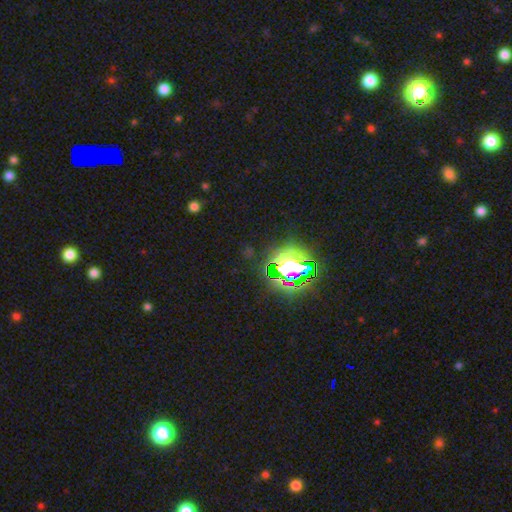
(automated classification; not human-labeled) Overall: star or artifact (79%).